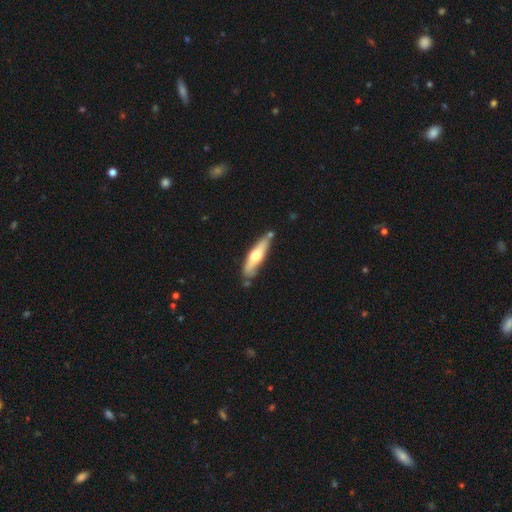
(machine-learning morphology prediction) The model was most divided on "smooth or featured": smooth: 48%, featured or disk: 47%, star or artifact: 5%. More confident: merging — none (71%).